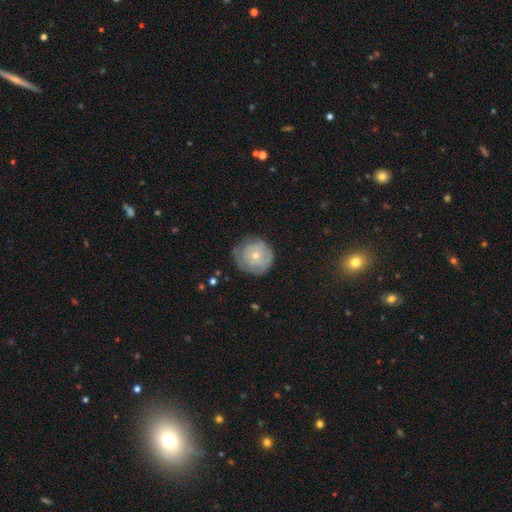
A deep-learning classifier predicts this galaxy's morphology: Q: Smooth or featured?
A: smooth (47%); runner-up: featured or disk (46%)
Q: Merging?
A: none (66%); runner-up: minor disturbance (24%)